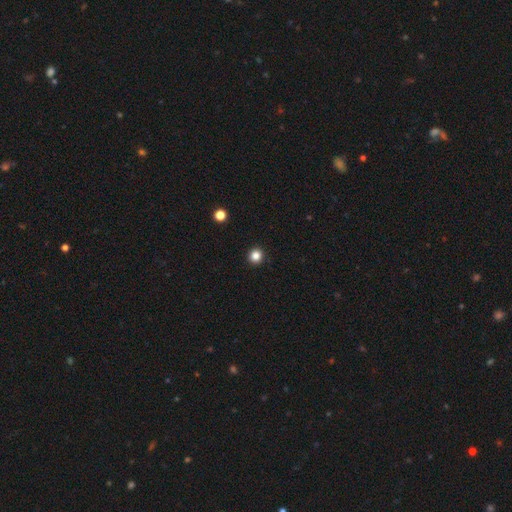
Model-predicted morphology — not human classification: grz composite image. It shows a smooth galaxy with no disk features (84%) that is round (94%). Merging: none (94%).